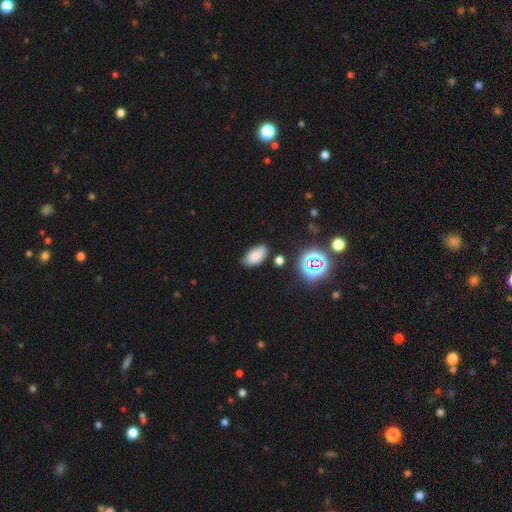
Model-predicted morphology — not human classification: This is likely a smooth galaxy (77%). How rounded: clearly in between (93%). Merging: likely none (72%).